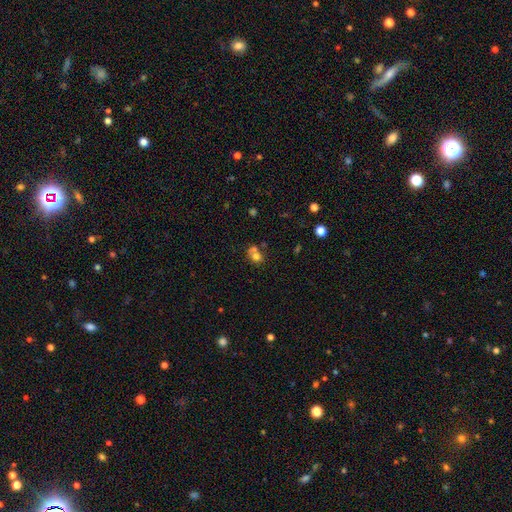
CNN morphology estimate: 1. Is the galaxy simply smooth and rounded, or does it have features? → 69% smooth, 17% featured or disk, 15% star or artifact.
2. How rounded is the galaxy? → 66% round, 33% in between, 1% cigar-shaped.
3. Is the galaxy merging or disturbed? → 49% merger, 36% none, 9% minor disturbance, 5% major disturbance.